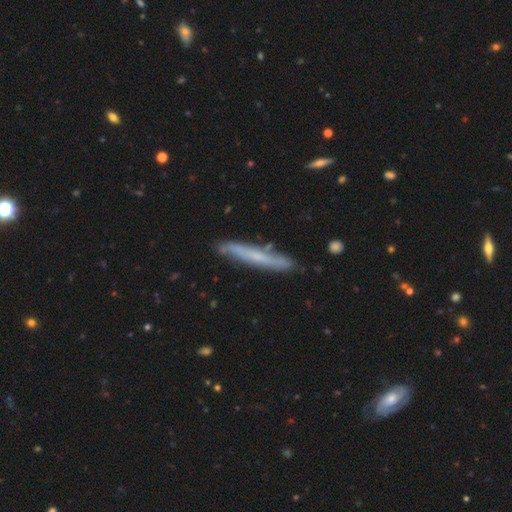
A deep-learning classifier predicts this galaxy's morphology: The model was most divided on "smooth or featured": featured or disk: 53%, smooth: 39%, star or artifact: 8%. More confident: merging — none (82%); edge-on disk — yes (78%).